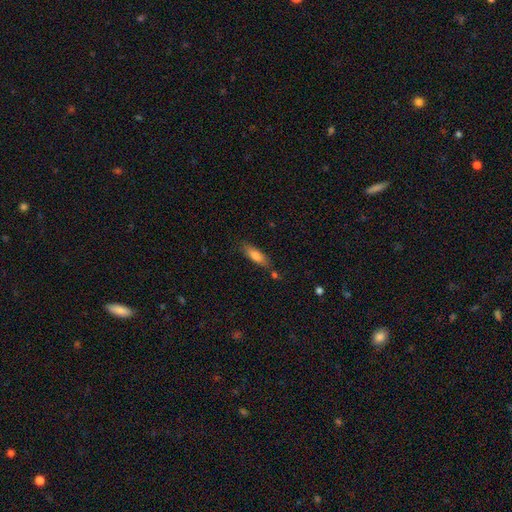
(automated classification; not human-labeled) smooth_or_featured: smooth (p=0.77) [alt: featured or disk p=0.16]
how_rounded: in between (p=0.52) [alt: cigar-shaped p=0.46]
merging: none (p=0.71) [alt: minor disturbance p=0.17]